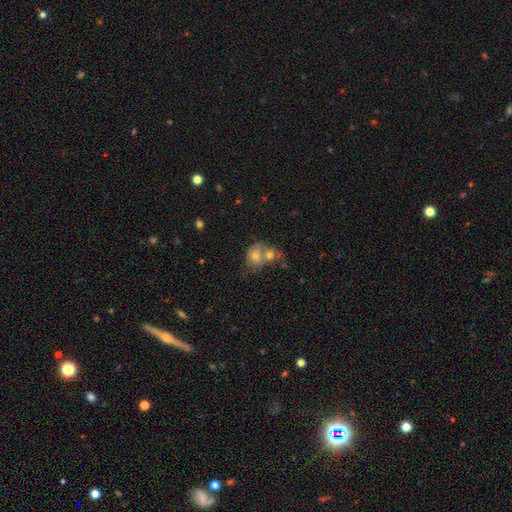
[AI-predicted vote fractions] This is likely a smooth galaxy (61%). How rounded: likely round (62%). Merging: likely merger (62%).